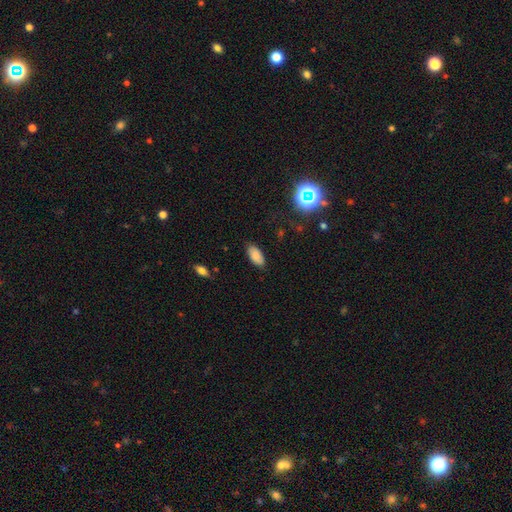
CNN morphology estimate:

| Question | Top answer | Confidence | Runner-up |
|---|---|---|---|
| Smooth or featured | smooth | 85% | star or artifact (9%) |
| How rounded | in between | 93% | cigar-shaped (5%) |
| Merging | none | 83% | minor disturbance (13%) |